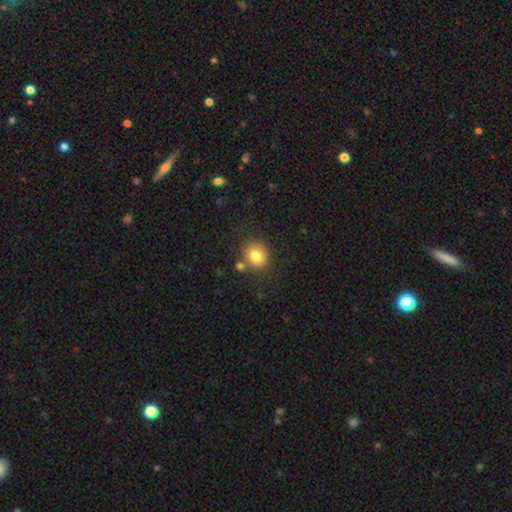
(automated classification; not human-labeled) Smooth or featured? smooth (80%)
How rounded? round (77%)
Merging? none (74%)